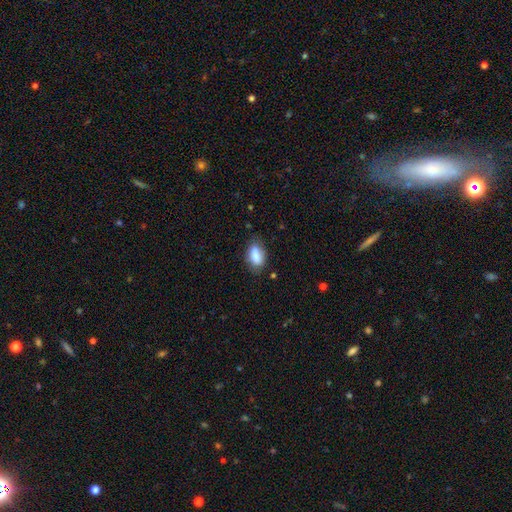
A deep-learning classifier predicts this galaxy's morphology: smooth_or_featured: smooth (p=0.81) [alt: featured or disk p=0.11]
how_rounded: in between (p=0.88) [alt: round p=0.06]
merging: none (p=0.68) [alt: minor disturbance p=0.24]